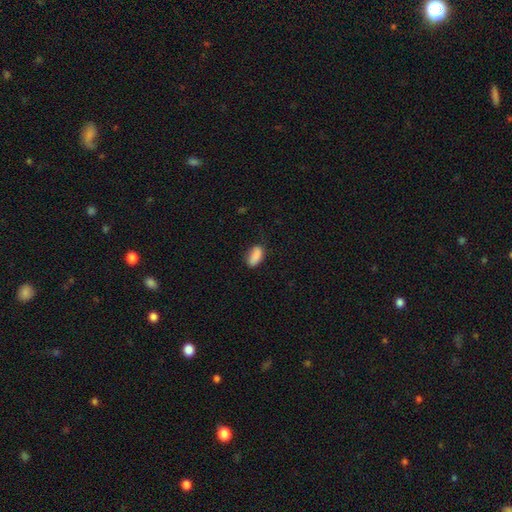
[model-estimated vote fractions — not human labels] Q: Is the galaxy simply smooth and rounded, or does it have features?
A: smooth — 88%.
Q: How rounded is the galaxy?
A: in between — 89%.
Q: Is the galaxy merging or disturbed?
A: none — 72%.